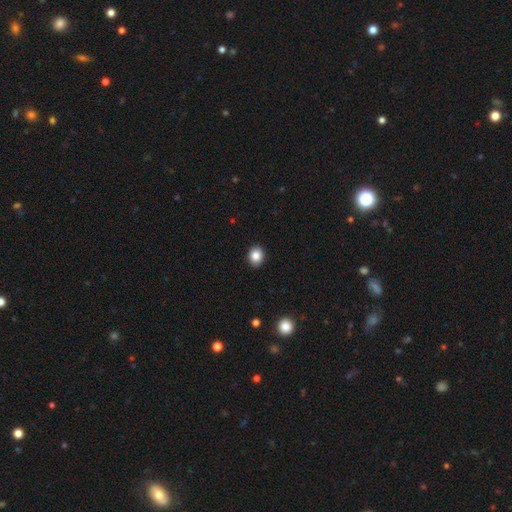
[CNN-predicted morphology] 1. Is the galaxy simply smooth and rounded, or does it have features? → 85% smooth, 9% star or artifact, 6% featured or disk.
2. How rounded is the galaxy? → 66% round, 33% in between, 1% cigar-shaped.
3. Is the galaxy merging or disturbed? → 91% none, 6% minor disturbance, 2% major disturbance, 1% merger.